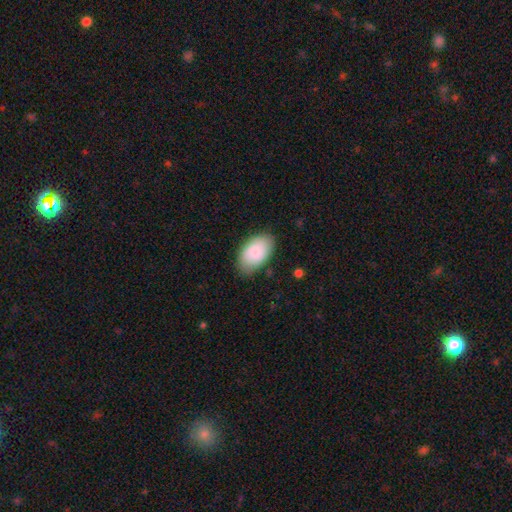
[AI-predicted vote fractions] Q: Smooth or featured?
A: smooth (84%); runner-up: featured or disk (10%)
Q: How rounded?
A: in between (94%); runner-up: round (5%)
Q: Merging?
A: none (79%); runner-up: minor disturbance (16%)